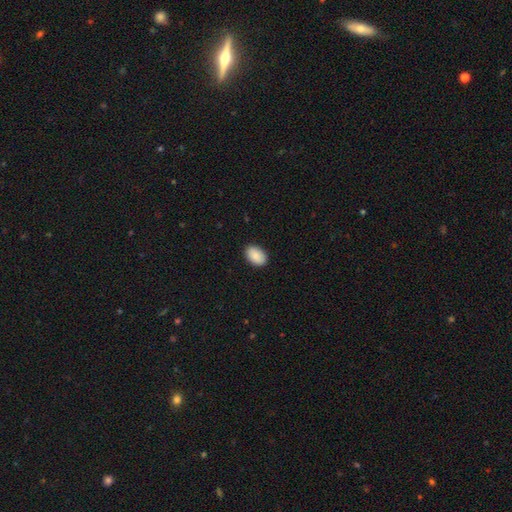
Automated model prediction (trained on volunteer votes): Overall: smooth (90%). How rounded: in between (90%). Merging: none (89%).